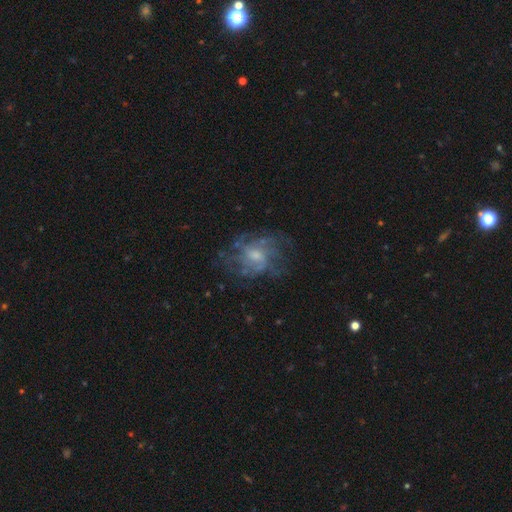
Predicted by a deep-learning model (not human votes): Smooth or featured? featured or disk (71%)
Edge-on disk? no (97%)
Bar? no (65%)
Spiral arms? yes (71%)
Bulge size? moderate (49%)
Merging? none (60%)